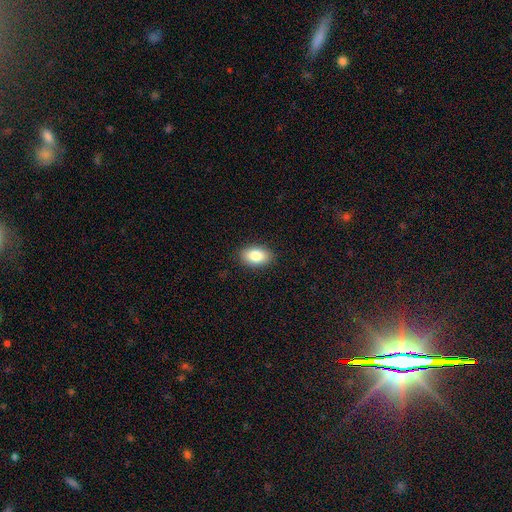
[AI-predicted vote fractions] Smooth or featured? Predicted: smooth (p=0.85). How rounded? Predicted: in between (p=0.90). Merging? Predicted: none (p=0.89).